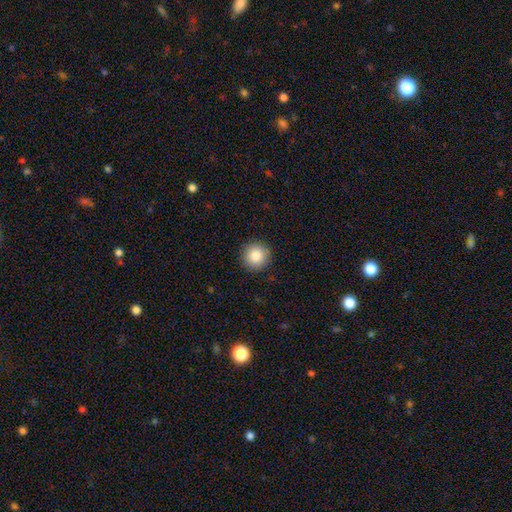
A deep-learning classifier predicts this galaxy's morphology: A smooth galaxy with no disk features (86%) that is round (95%).

Vote fractions:
- Smooth or featured? smooth: 86% / star or artifact: 9% / featured or disk: 5%
- How rounded? round: 95% / in between: 4% / cigar-shaped: 1%
- Merging? none: 91% / minor disturbance: 6% / major disturbance: 2% / merger: 1%